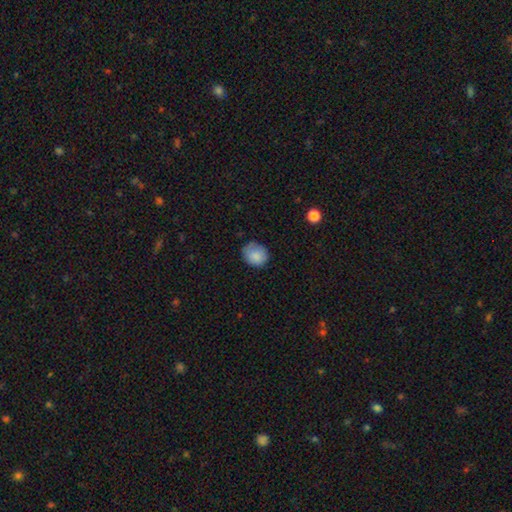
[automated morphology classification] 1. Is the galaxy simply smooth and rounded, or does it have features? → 85% smooth, 8% star or artifact, 7% featured or disk.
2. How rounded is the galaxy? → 73% round, 26% in between, 1% cigar-shaped.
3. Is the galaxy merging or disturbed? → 73% none, 21% minor disturbance, 5% major disturbance, 1% merger.